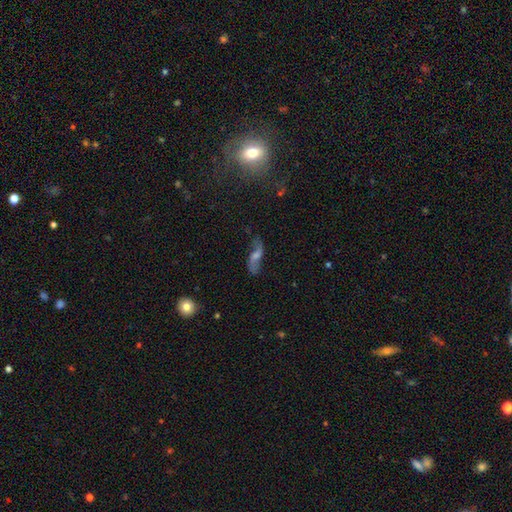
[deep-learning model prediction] This appears to be a featured or disk galaxy (71%) with a weak bar (42%), 2 (91%) loose (78%) spiral arms (91%) and a moderate central bulge (43%). Merging: none (71%).